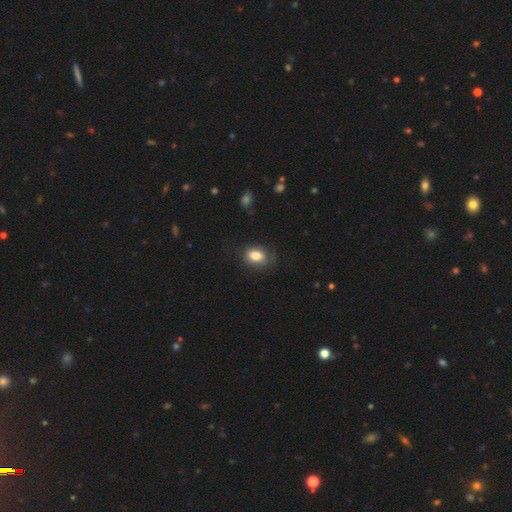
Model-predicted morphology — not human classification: smooth_or_featured: smooth (p=0.81) [alt: featured or disk p=0.10]
how_rounded: in between (p=0.69) [alt: round p=0.29]
merging: none (p=0.68) [alt: minor disturbance p=0.22]